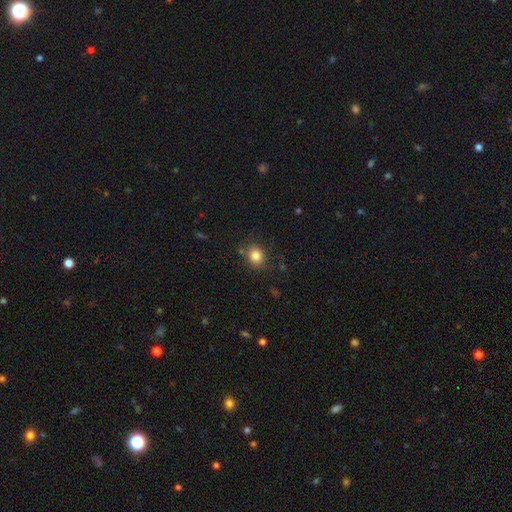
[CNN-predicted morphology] Smooth or featured: smooth — 83% (star or artifact — 11%)
How rounded: round — 68% (in between — 31%)
Merging: none — 80% (minor disturbance — 13%)